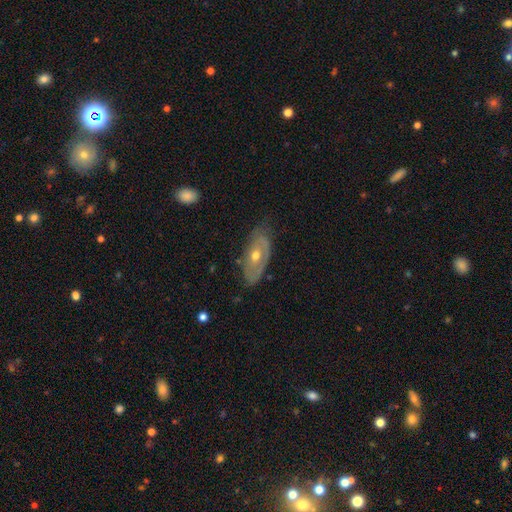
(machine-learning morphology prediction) Q: Smooth or featured?
A: featured or disk (64%); runner-up: smooth (30%)
Q: Edge-on disk?
A: no (82%); runner-up: yes (18%)
Q: Bar?
A: no (81%); runner-up: weak (15%)
Q: Spiral arms?
A: no (53%); runner-up: yes (47%)
Q: Bulge size?
A: moderate (68%); runner-up: small (27%)
Q: Merging?
A: none (68%); runner-up: minor disturbance (24%)